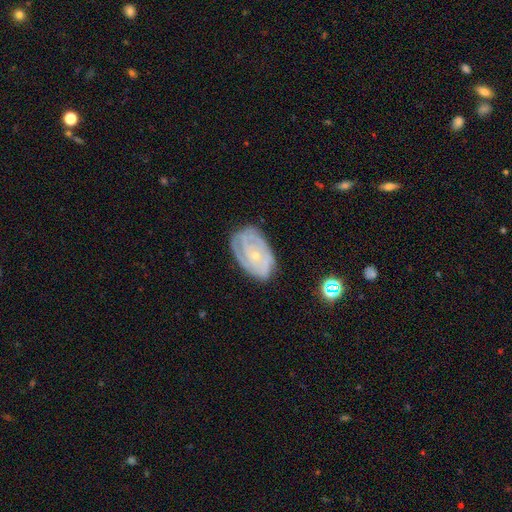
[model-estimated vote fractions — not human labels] This appears to be a featured or disk galaxy (76%) with no bar (77%), tight (71%) spiral arms (87%) and a small central bulge (78%). Merging: none (71%).